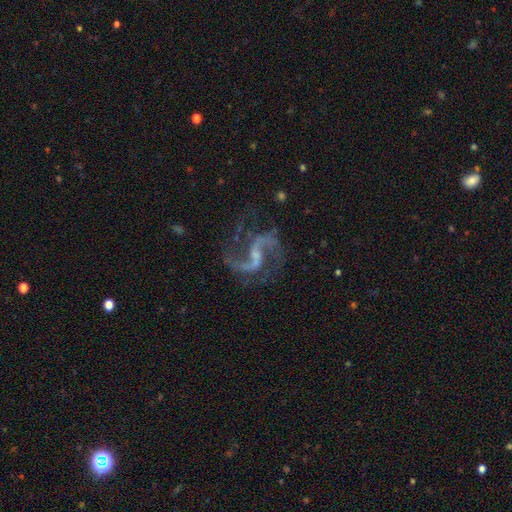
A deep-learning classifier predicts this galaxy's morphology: This appears to be a featured or disk galaxy (92%) with a weak bar (53%), 2 (92%) loose (52%) spiral arms (98%) and a small central bulge (53%). Merging: none (71%).